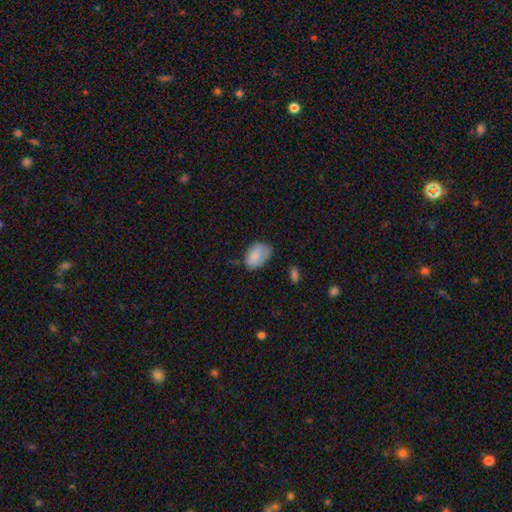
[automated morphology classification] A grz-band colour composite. It shows a smooth galaxy with no disk features (81%) that is in between round and cigar-shaped (87%). Merging: none (51%).